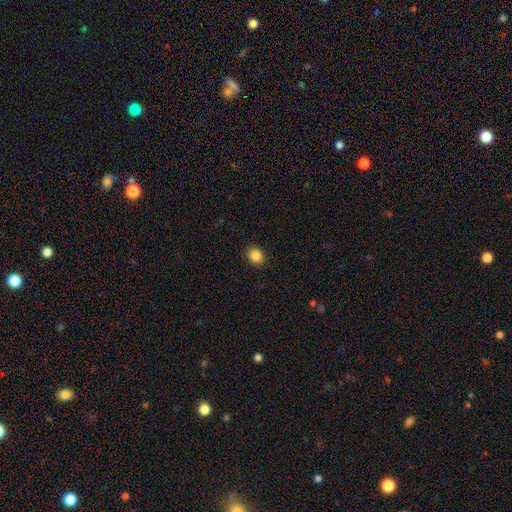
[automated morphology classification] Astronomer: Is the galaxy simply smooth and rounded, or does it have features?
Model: smooth — 86%.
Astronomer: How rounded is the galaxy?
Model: round — 57% (runner-up: in between, 43%).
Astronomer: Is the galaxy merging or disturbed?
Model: none — 90%.